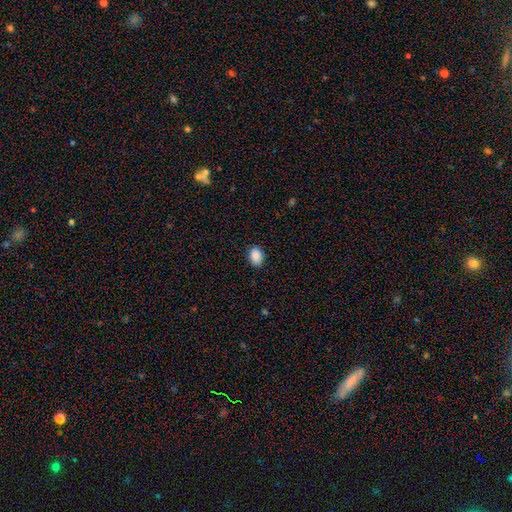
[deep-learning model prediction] smooth_or_featured: smooth (p=0.89) [alt: star or artifact p=0.08]
how_rounded: in between (p=0.78) [alt: round p=0.21]
merging: none (p=0.86) [alt: minor disturbance p=0.11]